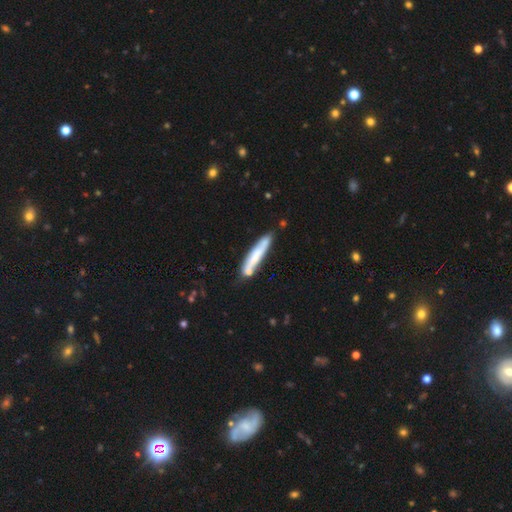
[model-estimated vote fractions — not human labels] Smooth or featured? Predicted: smooth (p=0.58). How rounded? Predicted: cigar-shaped (p=0.91). Merging? Predicted: none (p=0.71).